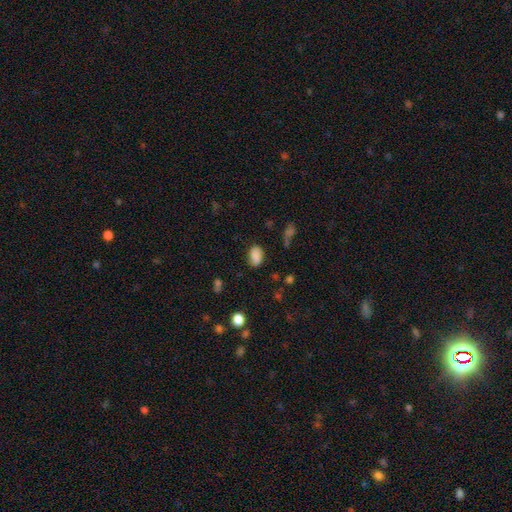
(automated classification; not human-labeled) This is clearly a smooth galaxy (85%). How rounded: clearly in between (88%). Merging: likely none (76%).